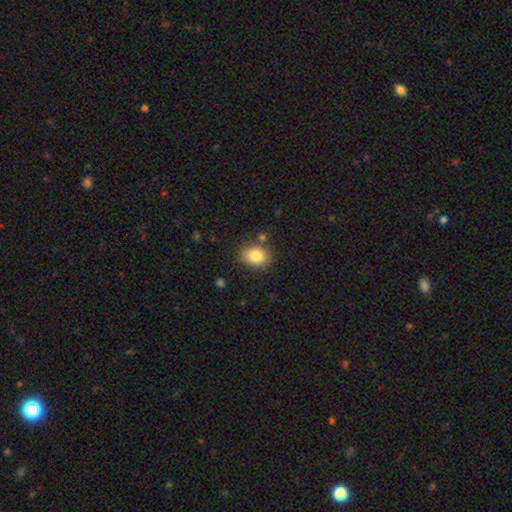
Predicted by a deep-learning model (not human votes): This is clearly a smooth galaxy (84%). How rounded: likely in between (66%). Merging: clearly none (81%).